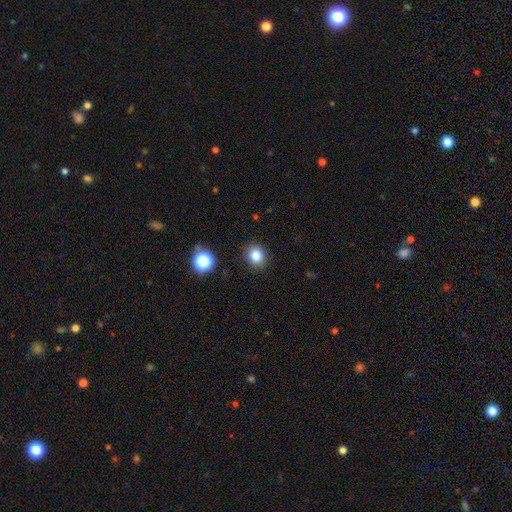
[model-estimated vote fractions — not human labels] This is clearly a smooth galaxy (83%). How rounded: likely round (67%). Merging: clearly none (88%).